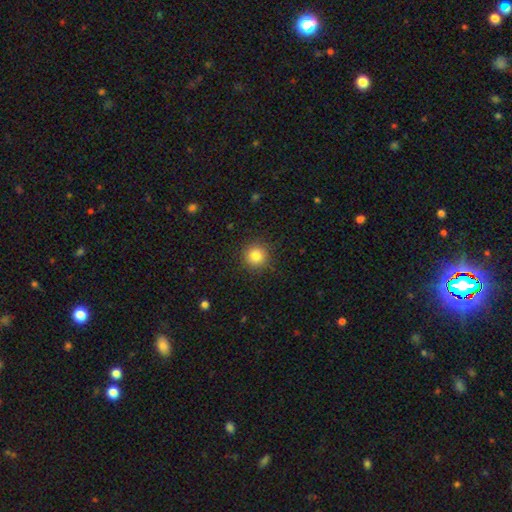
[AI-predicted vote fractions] A smooth galaxy with no disk features (82%) that is round (94%).

Vote fractions:
- Smooth or featured? smooth: 82% / star or artifact: 12% / featured or disk: 6%
- How rounded? round: 94% / in between: 5% / cigar-shaped: 1%
- Merging? none: 90% / minor disturbance: 7% / major disturbance: 2% / merger: 1%